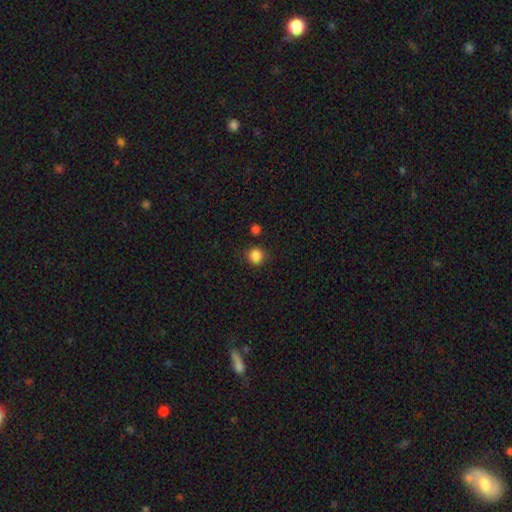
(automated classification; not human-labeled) Overall: smooth (86%). How rounded: round (91%). Merging: none (86%).